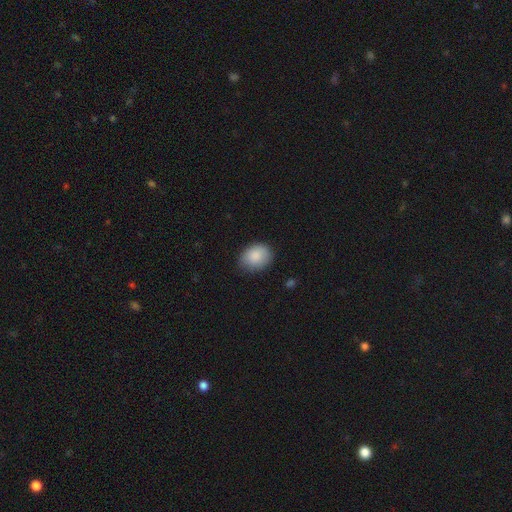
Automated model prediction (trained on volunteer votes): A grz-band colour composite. It shows a smooth galaxy with no disk features (87%) that is in between round and cigar-shaped (64%). Merging: none (78%).